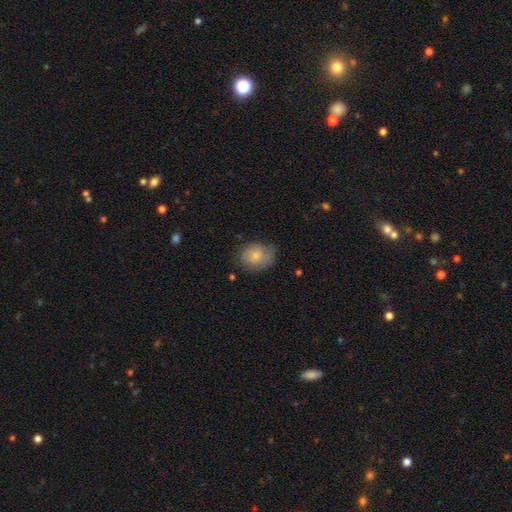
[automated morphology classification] This is likely a smooth galaxy (70%). How rounded: possibly in between (52%). Merging: likely none (64%).